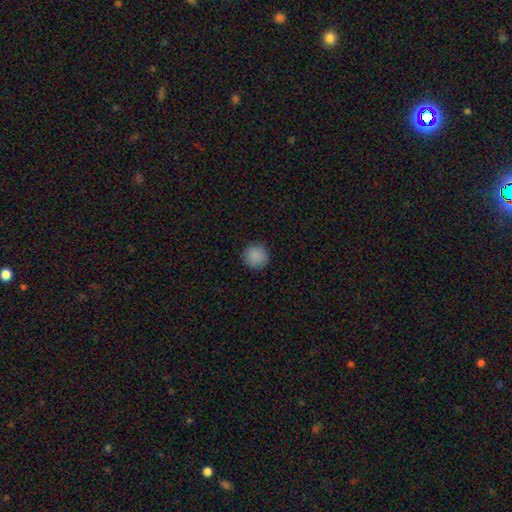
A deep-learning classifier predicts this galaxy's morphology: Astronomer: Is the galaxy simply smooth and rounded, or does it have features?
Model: smooth — 89%.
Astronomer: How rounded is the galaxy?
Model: round — 95%.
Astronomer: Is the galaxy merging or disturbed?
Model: none — 91%.